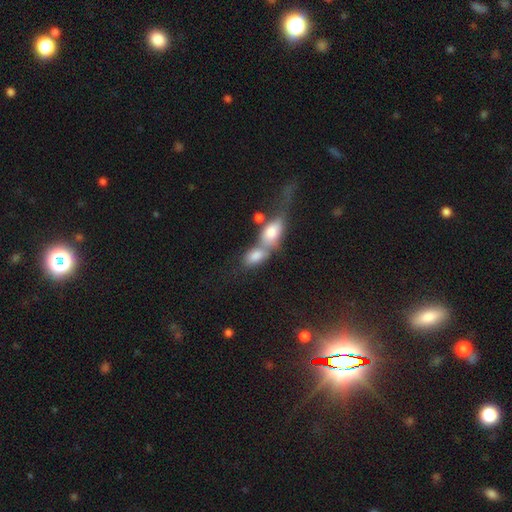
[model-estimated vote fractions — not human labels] This is likely a smooth galaxy (77%). How rounded: clearly in between (87%). Merging: likely merger (69%).